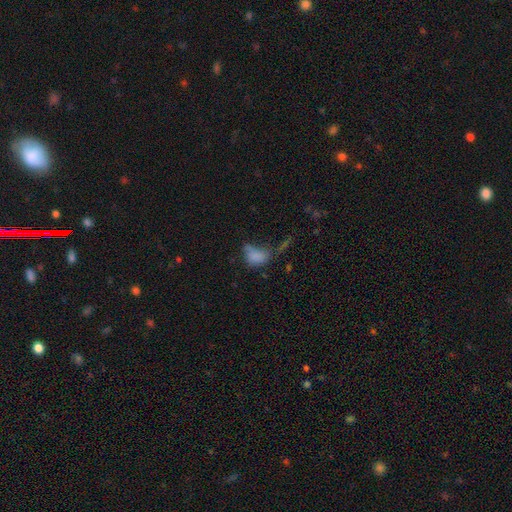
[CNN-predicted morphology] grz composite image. It shows a smooth galaxy with no disk features (71%) that is in between round and cigar-shaped (81%). Merging: major disturbance (38%).